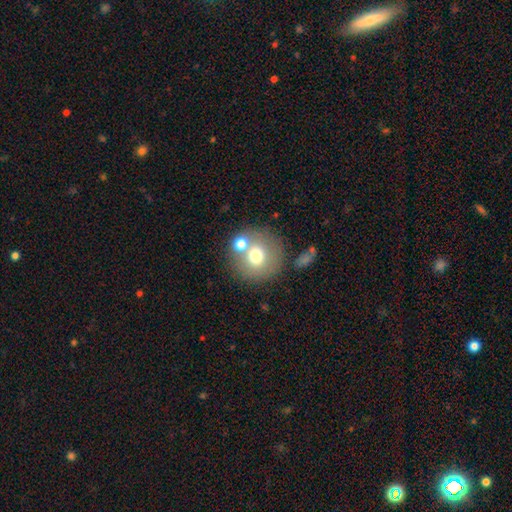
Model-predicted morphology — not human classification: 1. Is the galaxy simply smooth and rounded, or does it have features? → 69% smooth, 20% featured or disk, 11% star or artifact.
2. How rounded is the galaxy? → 90% round, 9% in between, 1% cigar-shaped.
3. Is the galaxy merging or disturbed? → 63% none, 23% merger, 10% minor disturbance, 4% major disturbance.